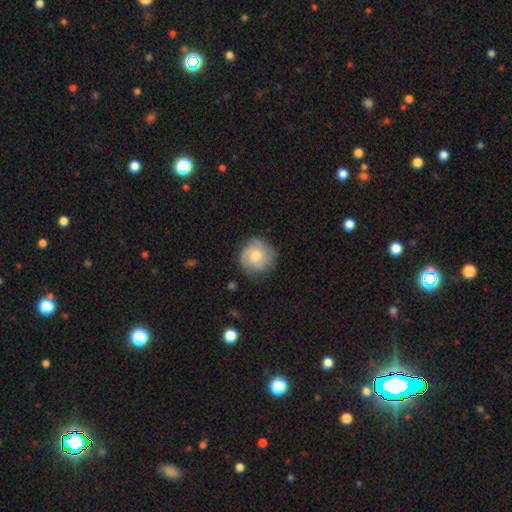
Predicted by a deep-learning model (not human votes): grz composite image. It shows a smooth galaxy with no disk features (49%). Merging: none (78%).